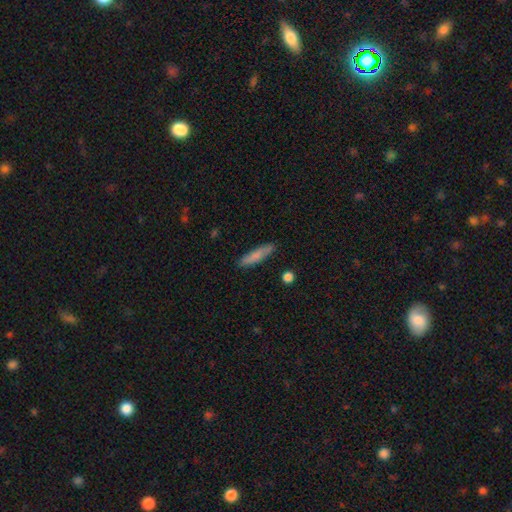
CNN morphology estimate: Smooth or featured? Predicted: smooth (p=0.78). How rounded? Predicted: cigar-shaped (p=0.86). Merging? Predicted: none (p=0.87).